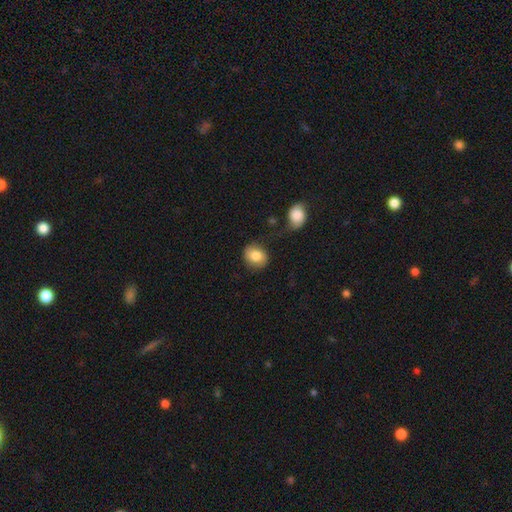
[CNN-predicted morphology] Smooth or featured: smooth — 81% (featured or disk — 12%)
How rounded: round — 64% (in between — 34%)
Merging: none — 72% (minor disturbance — 15%)